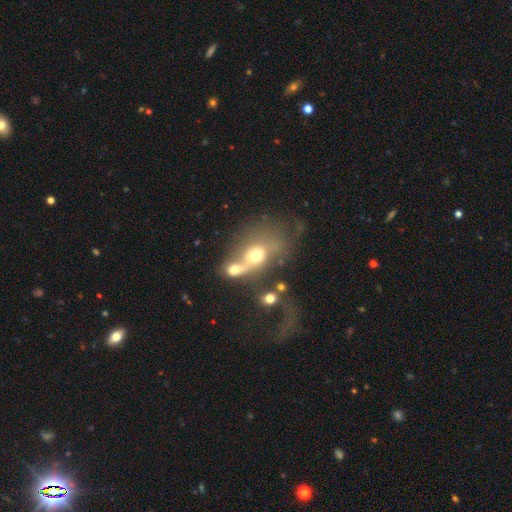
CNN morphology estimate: Q: Smooth or featured?
A: smooth (48%); runner-up: featured or disk (38%)
Q: Merging?
A: merger (60%); runner-up: major disturbance (22%)